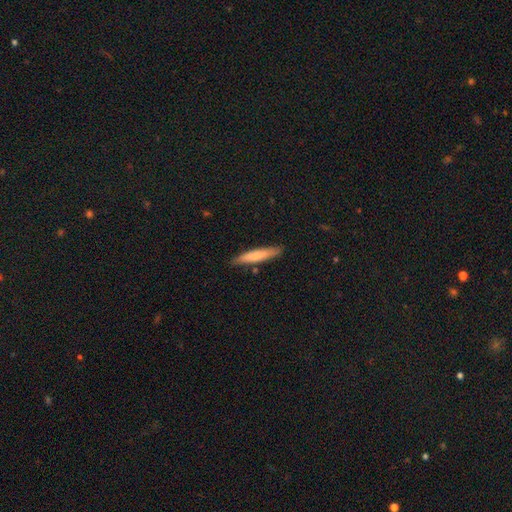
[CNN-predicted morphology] Q: Smooth or featured?
A: smooth (74%); runner-up: featured or disk (20%)
Q: How rounded?
A: cigar-shaped (91%); runner-up: in between (8%)
Q: Merging?
A: none (85%); runner-up: minor disturbance (11%)